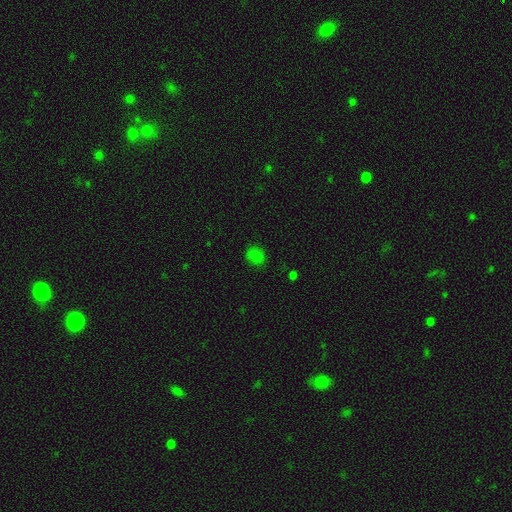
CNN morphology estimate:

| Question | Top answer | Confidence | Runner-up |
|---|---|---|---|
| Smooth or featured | smooth | 75% | star or artifact (20%) |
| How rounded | round | 65% | in between (33%) |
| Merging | none | 82% | minor disturbance (13%) |